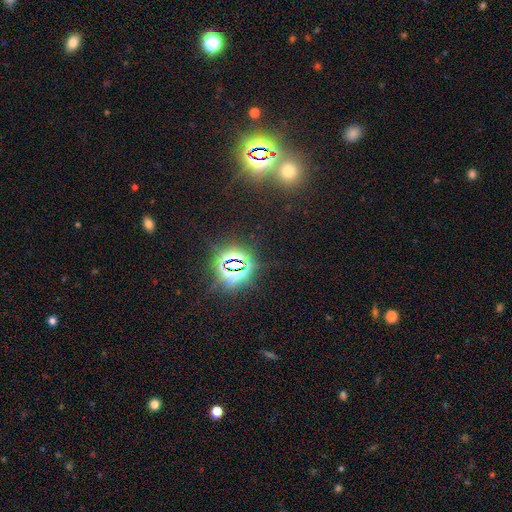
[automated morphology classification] A star or artifact, not a galaxy (78%).